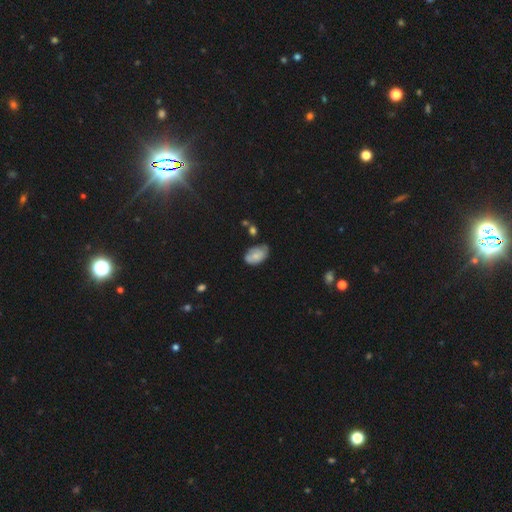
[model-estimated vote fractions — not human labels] This appears to be a smooth galaxy with no disk features (64%) that is in between round and cigar-shaped (89%). Merging: none (51%).